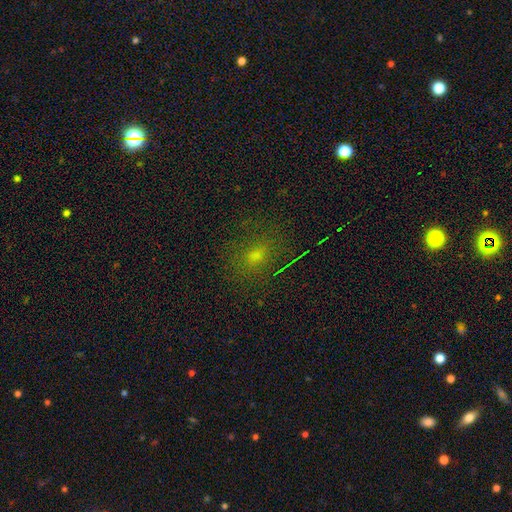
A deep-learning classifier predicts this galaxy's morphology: Smooth or featured? Predicted: smooth (p=0.56). How rounded? Predicted: round (p=0.50). Merging? Predicted: none (p=0.75).